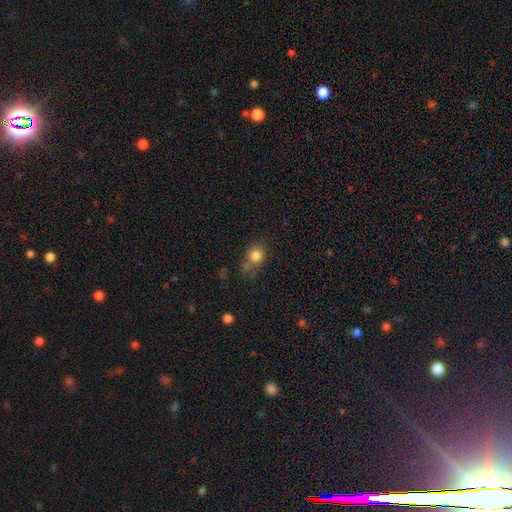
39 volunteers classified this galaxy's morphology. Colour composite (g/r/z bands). It shows a smooth galaxy with no disk features (85%) that is round (70%). Merging: none (50%).